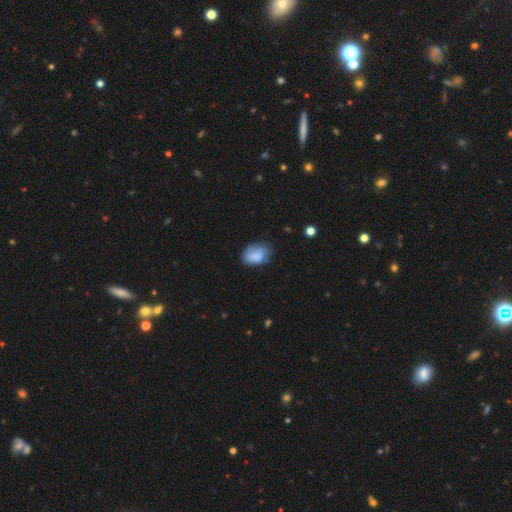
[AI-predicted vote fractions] Smooth or featured? smooth (84%)
How rounded? in between (80%)
Merging? none (64%)